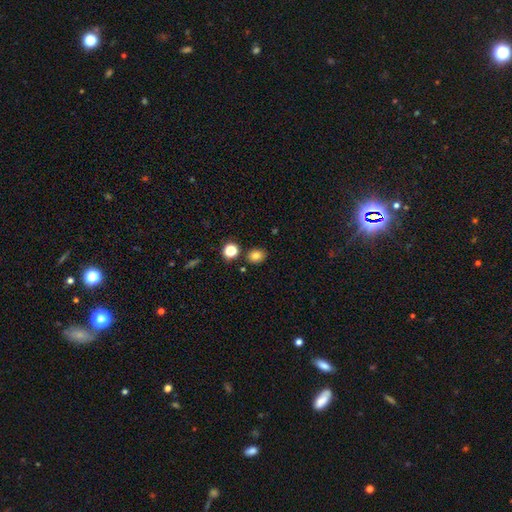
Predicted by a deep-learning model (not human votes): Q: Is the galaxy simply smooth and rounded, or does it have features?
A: smooth — 80%.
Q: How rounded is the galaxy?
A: round — 55%.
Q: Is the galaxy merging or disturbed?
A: none — 82%.